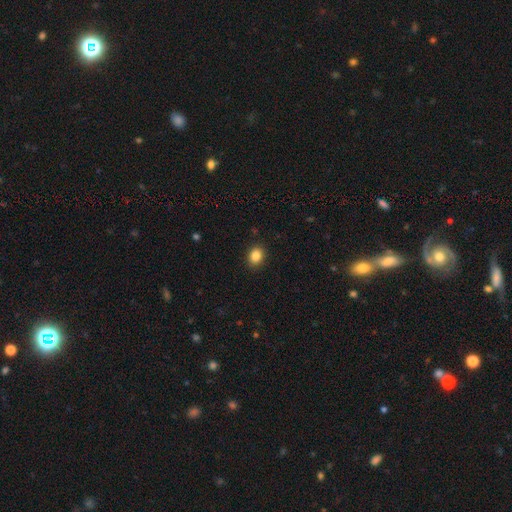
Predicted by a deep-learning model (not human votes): smooth_or_featured: smooth (p=0.86) [alt: star or artifact p=0.10]
how_rounded: round (p=0.50) [alt: in between p=0.49]
merging: none (p=0.90) [alt: minor disturbance p=0.07]